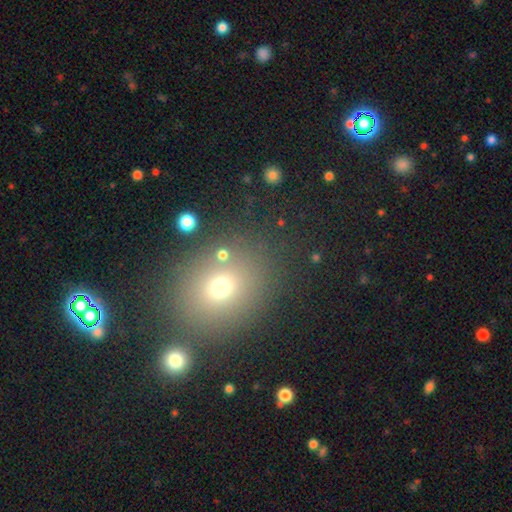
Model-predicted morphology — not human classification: Q: Smooth or featured?
A: smooth (58%); runner-up: star or artifact (31%)
Q: How rounded?
A: round (62%); runner-up: in between (36%)
Q: Merging?
A: none (82%); runner-up: minor disturbance (8%)